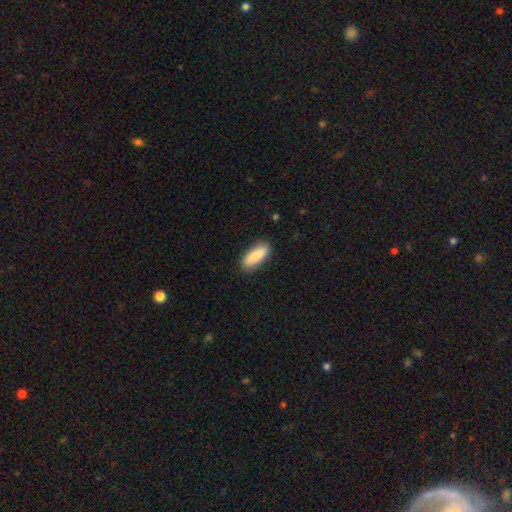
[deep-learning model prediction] This appears to be a smooth galaxy with no disk features (85%) that is in between round and cigar-shaped (63%). Merging: none (87%).